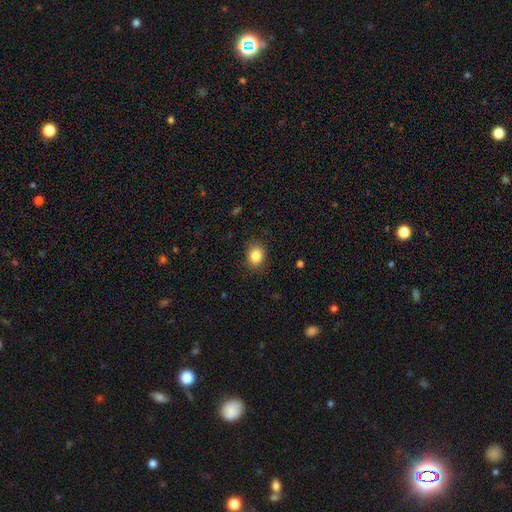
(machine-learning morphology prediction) Overall: smooth (84%). How rounded: round (56%; in between 43%). Merging: none (87%).